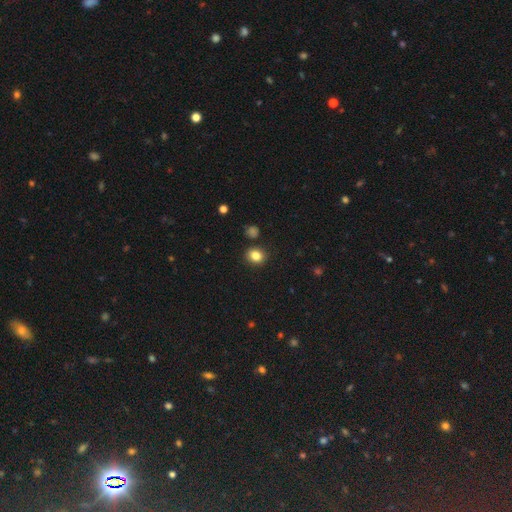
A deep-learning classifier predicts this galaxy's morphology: smooth_or_featured: smooth (p=0.84) [alt: star or artifact p=0.11]
how_rounded: round (p=0.75) [alt: in between p=0.24]
merging: none (p=0.87) [alt: minor disturbance p=0.08]